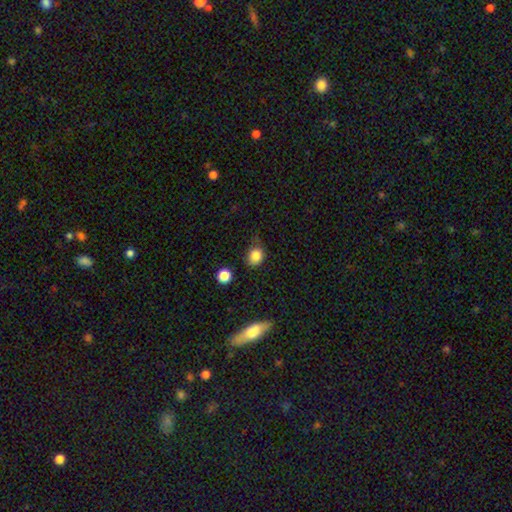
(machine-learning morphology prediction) A smooth galaxy with no disk features (83%) that is round (61%). Merging: none (62%).